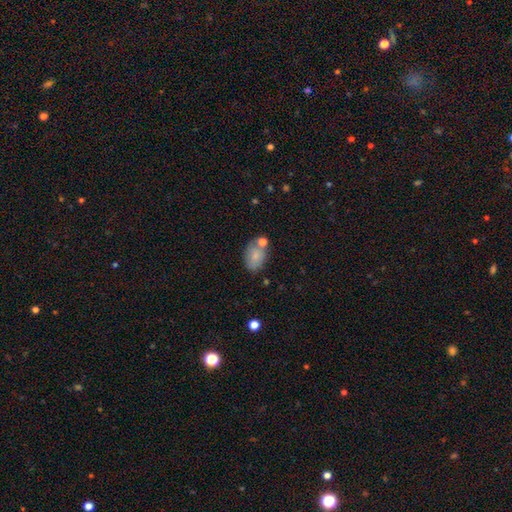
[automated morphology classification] smooth_or_featured: smooth (p=0.79) [alt: featured or disk p=0.13]
how_rounded: in between (p=0.84) [alt: round p=0.15]
merging: none (p=0.60) [alt: minor disturbance p=0.19]